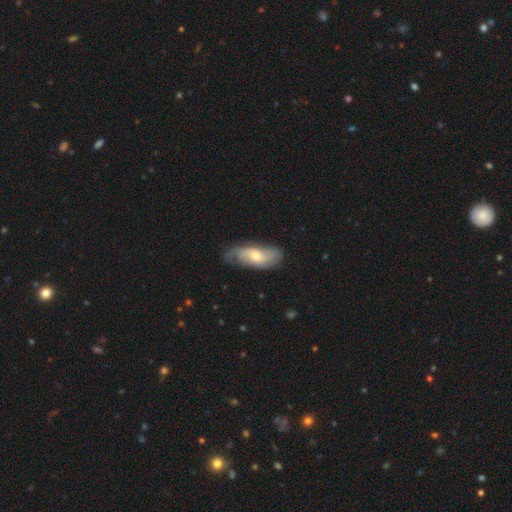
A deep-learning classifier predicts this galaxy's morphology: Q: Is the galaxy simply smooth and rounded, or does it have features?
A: featured or disk — 55%.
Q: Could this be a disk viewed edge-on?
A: no — 86%.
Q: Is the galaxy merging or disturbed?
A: none — 62%.